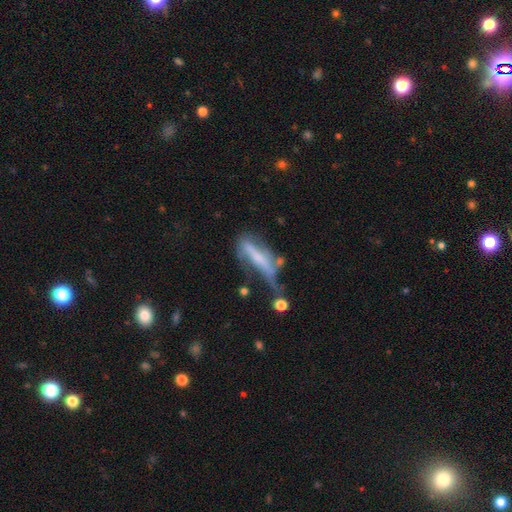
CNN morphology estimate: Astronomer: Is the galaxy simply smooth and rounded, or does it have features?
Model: featured or disk — 46% (runner-up: smooth, 45%).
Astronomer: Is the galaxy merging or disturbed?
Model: major disturbance — 37% (runner-up: minor disturbance, 24%).